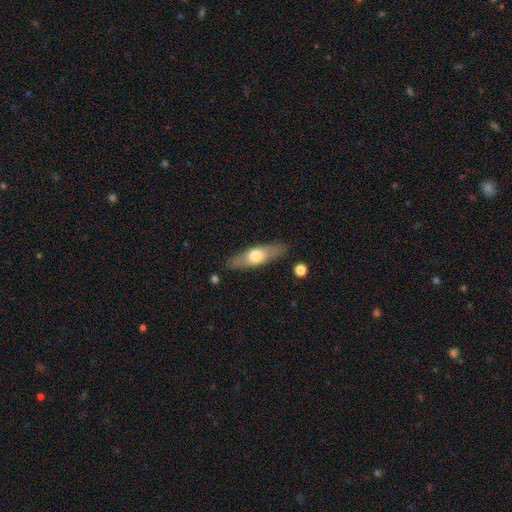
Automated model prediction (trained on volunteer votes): Smooth or featured? Predicted: smooth (p=0.52). How rounded? Predicted: cigar-shaped (p=0.57). Merging? Predicted: none (p=0.85).